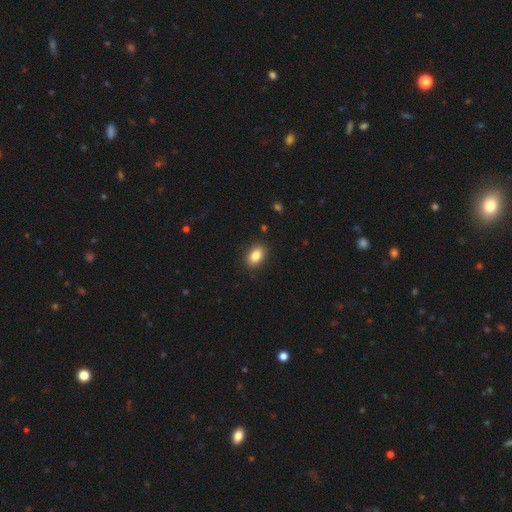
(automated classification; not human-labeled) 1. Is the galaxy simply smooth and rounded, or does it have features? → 85% smooth, 8% star or artifact, 7% featured or disk.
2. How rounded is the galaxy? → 84% in between, 15% round, 2% cigar-shaped.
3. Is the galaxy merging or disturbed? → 89% none, 8% minor disturbance, 2% major disturbance, 1% merger.